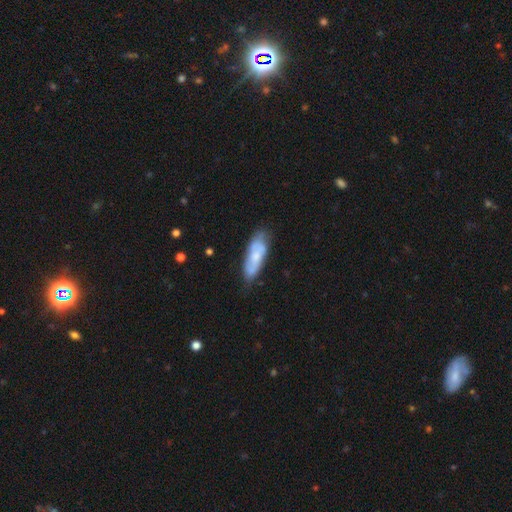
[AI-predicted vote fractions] Smooth or featured?
  - smooth: 51% *
  - featured or disk: 42%
  - star or artifact: 6%
How rounded?
  - in between: 61% *
  - cigar-shaped: 37%
  - round: 2%
Merging?
  - none: 65% *
  - minor disturbance: 25%
  - major disturbance: 7%
  - merger: 3%